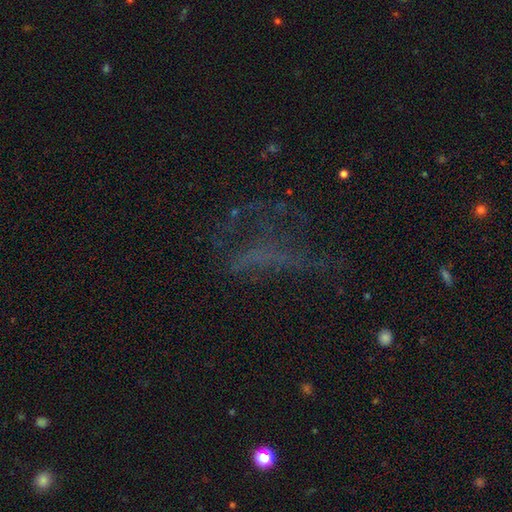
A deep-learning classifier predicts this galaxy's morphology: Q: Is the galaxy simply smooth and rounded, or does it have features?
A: star or artifact — 39%.